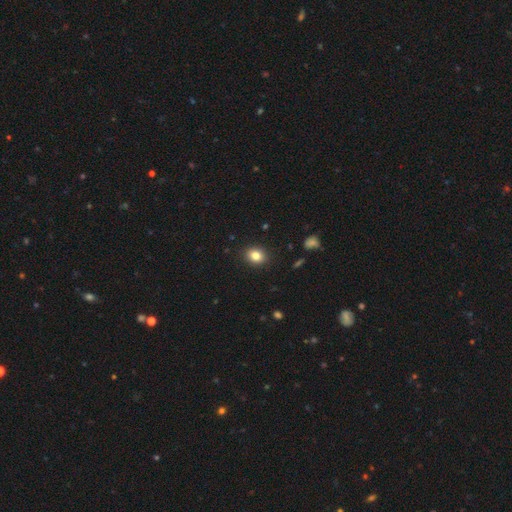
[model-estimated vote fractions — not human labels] Overall: smooth (83%). How rounded: in between (50%; round 49%). Merging: none (90%).